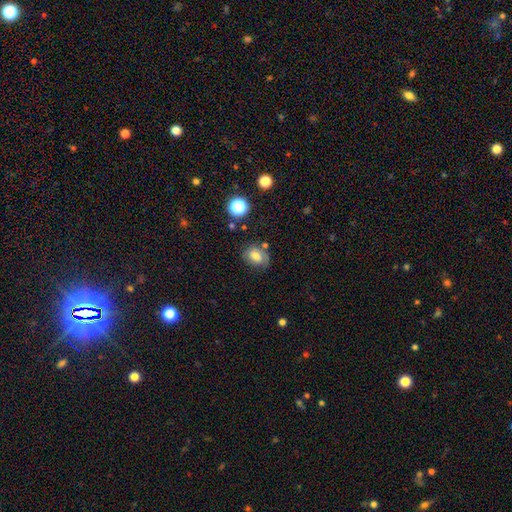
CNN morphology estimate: This appears to be a smooth galaxy with no disk features (70%) that is in between round and cigar-shaped (64%). Merging: none (67%).